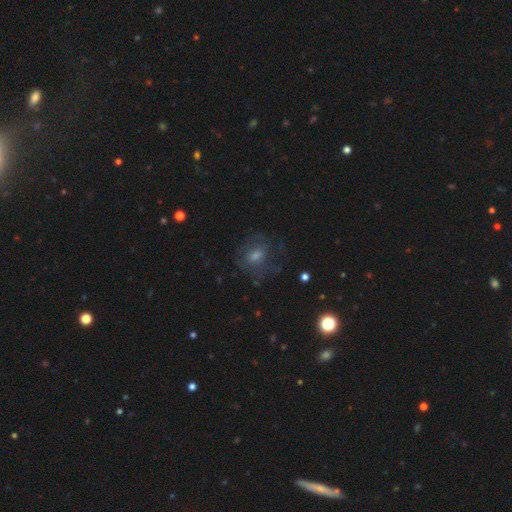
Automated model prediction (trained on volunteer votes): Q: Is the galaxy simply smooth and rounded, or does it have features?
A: featured or disk — 48%.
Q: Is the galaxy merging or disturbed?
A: none — 66%.